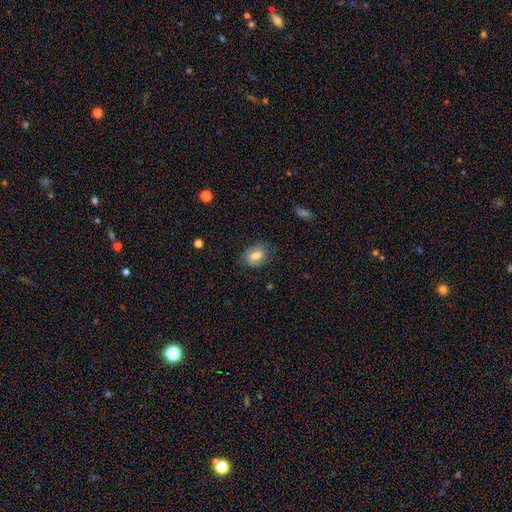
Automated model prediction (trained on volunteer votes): The model was most divided on "how rounded": in between: 70%, round: 28%, cigar-shaped: 2%. More confident: merging — none (74%); smooth or featured — smooth (72%).